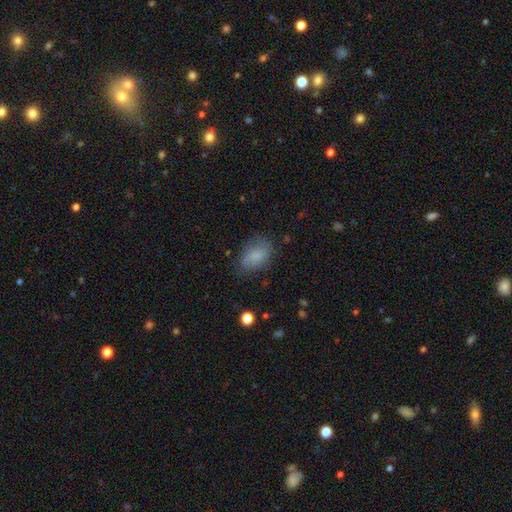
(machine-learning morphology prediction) The model was most divided on "merging": none: 69%, minor disturbance: 22%, major disturbance: 7%, merger: 1%. More confident: how rounded — in between (86%); smooth or featured — smooth (79%).